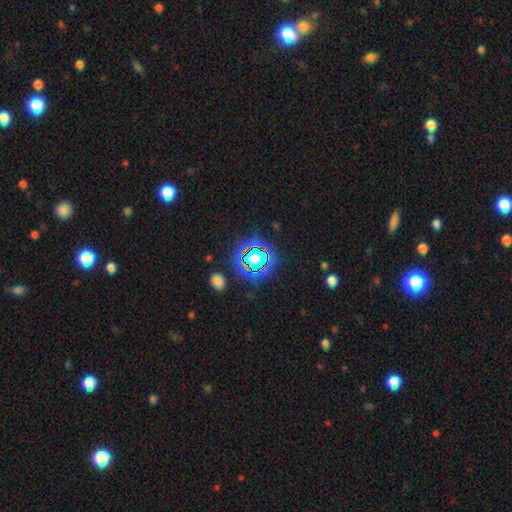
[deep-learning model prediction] Morphology: type=star or artifact (78%).